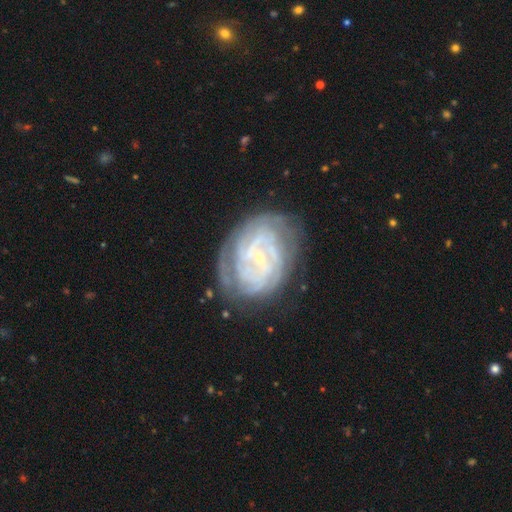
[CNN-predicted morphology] The model was most divided on "bar": no: 43%, weak: 42%, strong: 15%. Remaining: edge-on disk — no (97%); spiral arms — yes (94%); smooth or featured — featured or disk (84%); bulge size — small (80%); merging — none (73%); spiral winding — tight (72%); spiral arm count — can't tell (33%).